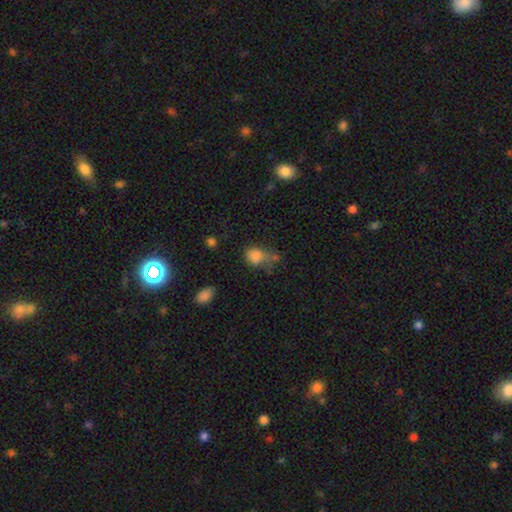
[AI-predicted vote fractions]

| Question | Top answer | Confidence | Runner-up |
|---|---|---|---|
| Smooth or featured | smooth | 78% | star or artifact (13%) |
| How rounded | in between | 56% | round (42%) |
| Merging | none | 36% | minor disturbance (28%) |